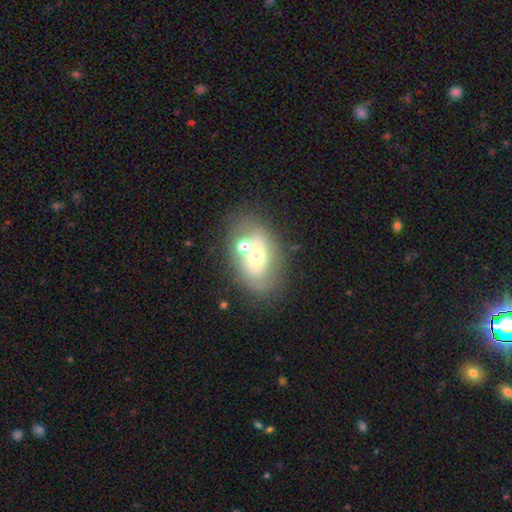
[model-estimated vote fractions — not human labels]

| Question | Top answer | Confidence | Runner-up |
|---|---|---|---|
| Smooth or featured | featured or disk | 51% | smooth (38%) |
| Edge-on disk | no | 93% | yes (7%) |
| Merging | none | 51% | merger (25%) |